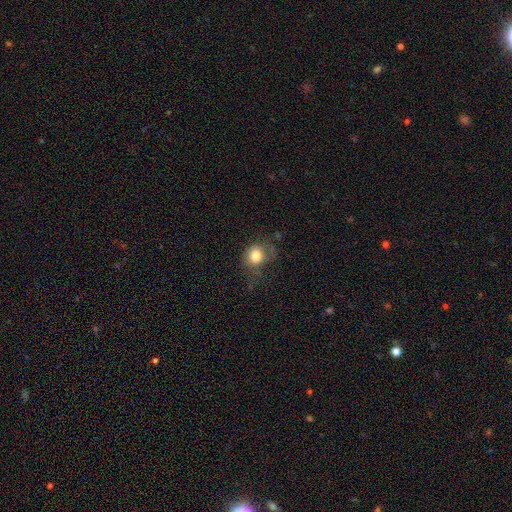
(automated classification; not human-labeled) smooth-or-featured: smooth: 79% | featured or disk: 11% | star or artifact: 10%
  how-rounded: round: 67% | in between: 32% | cigar-shaped: 1%
  merging: none: 50% | minor disturbance: 28% | major disturbance: 20% | merger: 2%